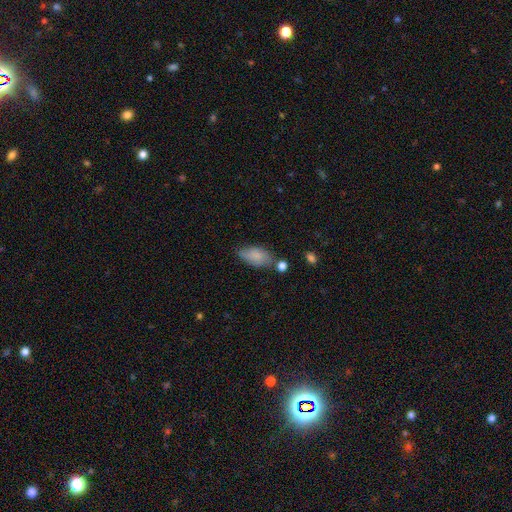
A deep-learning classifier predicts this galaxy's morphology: smooth-or-featured: smooth: 81% | featured or disk: 12% | star or artifact: 7%
  how-rounded: in between: 90% | cigar-shaped: 6% | round: 4%
  merging: none: 60% | minor disturbance: 26% | merger: 7% | major disturbance: 7%